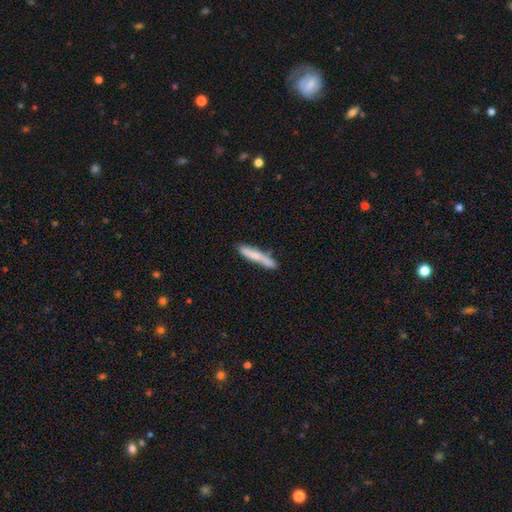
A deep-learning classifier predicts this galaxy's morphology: A smooth galaxy with no disk features (68%) that is cigar-shaped (93%).

Vote fractions:
- Smooth or featured? smooth: 68% / featured or disk: 26% / star or artifact: 6%
- How rounded? cigar-shaped: 93% / in between: 6% / round: 1%
- Merging? none: 72% / minor disturbance: 18% / merger: 6% / major disturbance: 4%